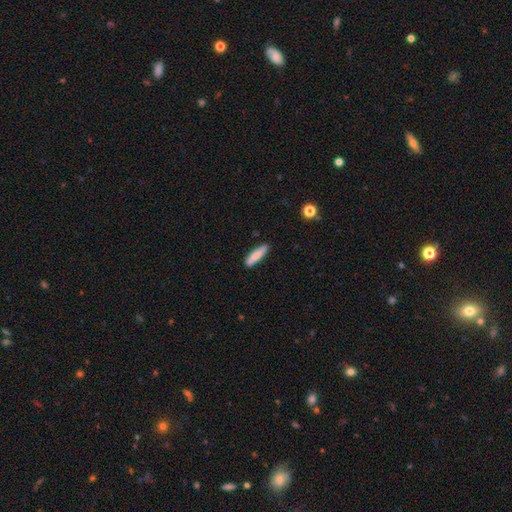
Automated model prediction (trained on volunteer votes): A smooth galaxy with no disk features (82%) that is cigar-shaped (78%).

Vote fractions:
- Smooth or featured? smooth: 82% / featured or disk: 12% / star or artifact: 6%
- How rounded? cigar-shaped: 78% / in between: 21% / round: 1%
- Merging? none: 85% / minor disturbance: 11% / major disturbance: 2% / merger: 2%